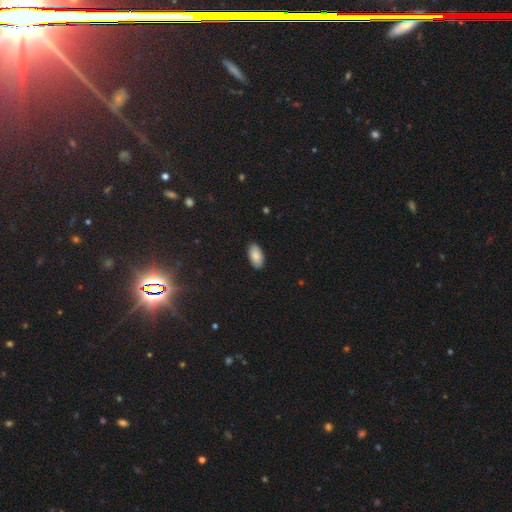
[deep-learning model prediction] Smooth or featured? smooth (87%)
How rounded? in between (95%)
Merging? none (89%)